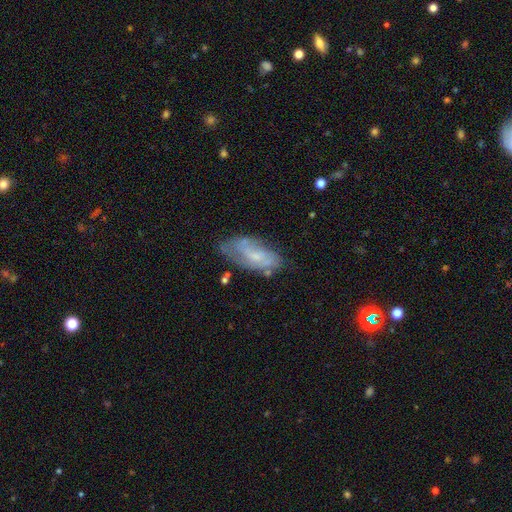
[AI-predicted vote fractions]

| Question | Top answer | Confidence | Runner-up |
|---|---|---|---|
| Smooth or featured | featured or disk | 55% | smooth (37%) |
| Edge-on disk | no | 91% | yes (9%) |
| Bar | no | 61% | weak (32%) |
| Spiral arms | yes | 67% | no (33%) |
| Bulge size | small | 58% | moderate (24%) |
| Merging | none | 55% | minor disturbance (28%) |